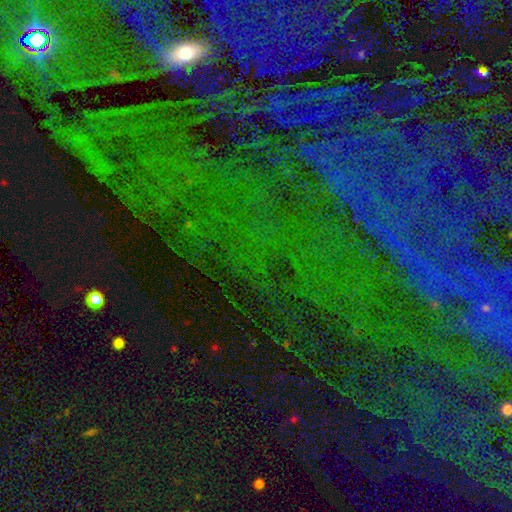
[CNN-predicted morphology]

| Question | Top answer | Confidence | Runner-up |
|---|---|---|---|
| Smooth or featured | star or artifact | 78% | featured or disk (12%) |